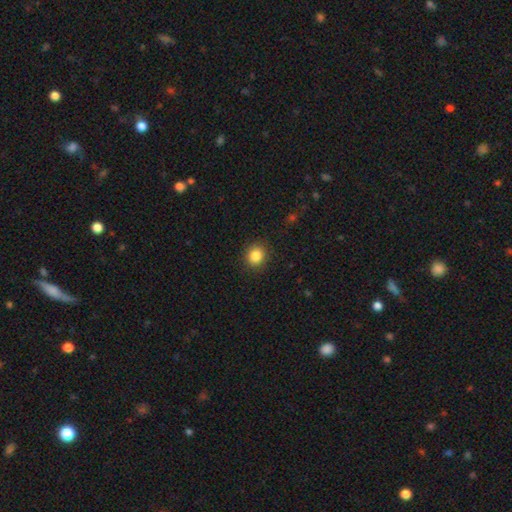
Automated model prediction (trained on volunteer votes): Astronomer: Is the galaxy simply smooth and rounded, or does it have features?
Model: smooth — 85%.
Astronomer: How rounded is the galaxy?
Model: round — 86%.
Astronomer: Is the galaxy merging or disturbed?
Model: none — 91%.